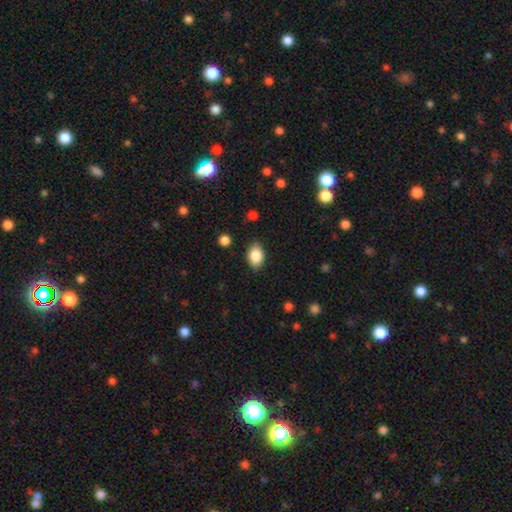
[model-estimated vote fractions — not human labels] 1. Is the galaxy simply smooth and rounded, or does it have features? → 84% smooth, 8% featured or disk, 8% star or artifact.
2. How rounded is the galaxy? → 84% in between, 15% round, 1% cigar-shaped.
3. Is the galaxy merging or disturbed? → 85% none, 11% minor disturbance, 2% major disturbance, 1% merger.